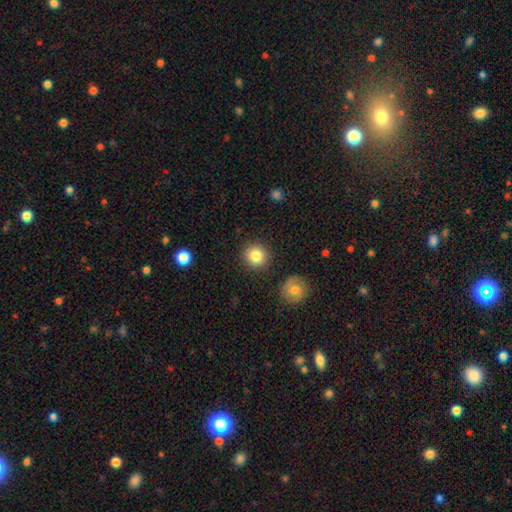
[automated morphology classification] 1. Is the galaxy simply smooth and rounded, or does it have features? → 84% smooth, 9% star or artifact, 7% featured or disk.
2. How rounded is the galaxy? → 94% round, 5% in between, 1% cigar-shaped.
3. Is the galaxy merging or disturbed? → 88% none, 7% minor disturbance, 2% major disturbance, 2% merger.